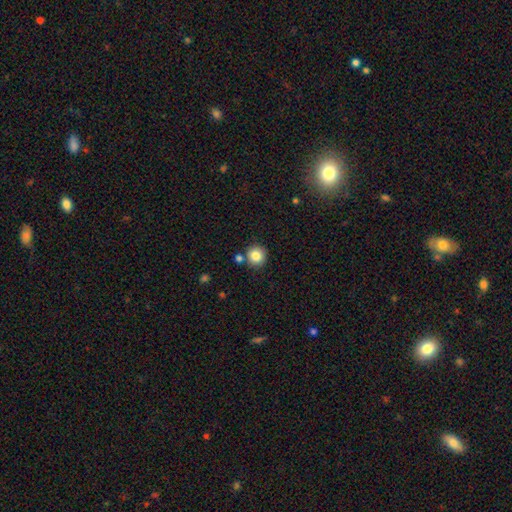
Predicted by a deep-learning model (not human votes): Smooth or featured?
  - smooth: 84% *
  - star or artifact: 10%
  - featured or disk: 6%
How rounded?
  - round: 94% *
  - in between: 5%
  - cigar-shaped: 1%
Merging?
  - none: 81% *
  - merger: 9%
  - minor disturbance: 8%
  - major disturbance: 2%